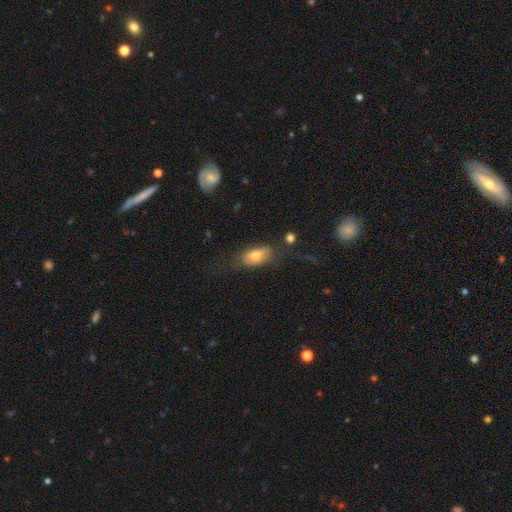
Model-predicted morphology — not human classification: This is likely a smooth galaxy (69%). How rounded: clearly in between (87%). Merging: possibly none (57%).